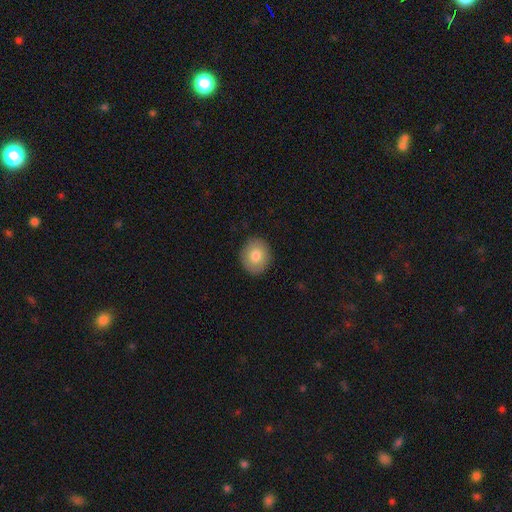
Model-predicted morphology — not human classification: A smooth galaxy with no disk features (80%) that is round (76%). Merging: none (89%).